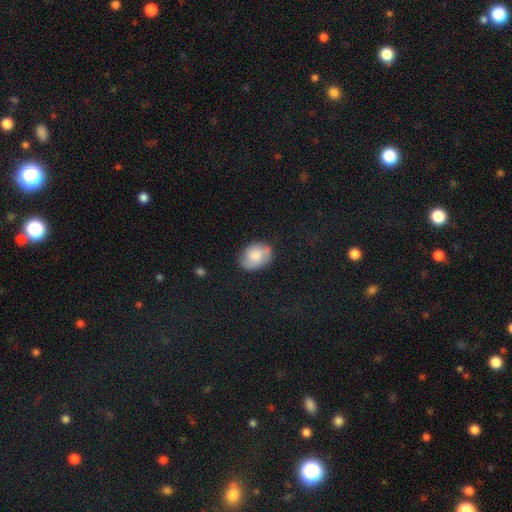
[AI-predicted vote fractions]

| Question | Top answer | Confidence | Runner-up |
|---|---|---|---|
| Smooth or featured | smooth | 69% | featured or disk (23%) |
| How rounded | in between | 74% | round (25%) |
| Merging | none | 67% | minor disturbance (24%) |